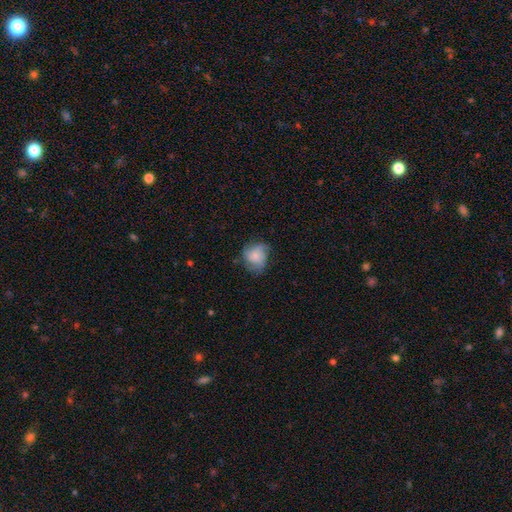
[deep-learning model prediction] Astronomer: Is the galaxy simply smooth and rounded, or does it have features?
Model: smooth — 68%.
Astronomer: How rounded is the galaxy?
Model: round — 68%.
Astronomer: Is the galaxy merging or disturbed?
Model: none — 56%.